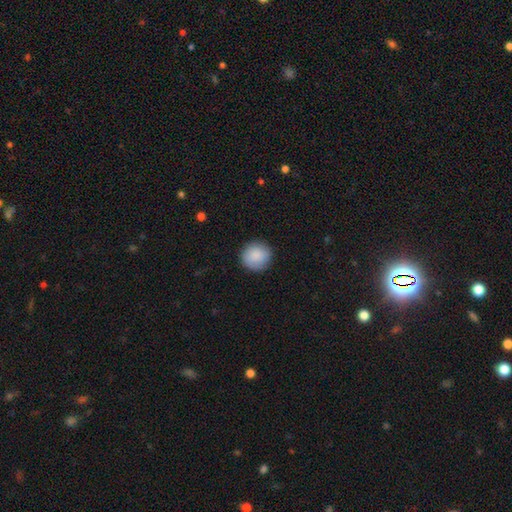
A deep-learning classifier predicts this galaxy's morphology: This appears to be a smooth galaxy with no disk features (89%) that is round (94%). Merging: none (90%).